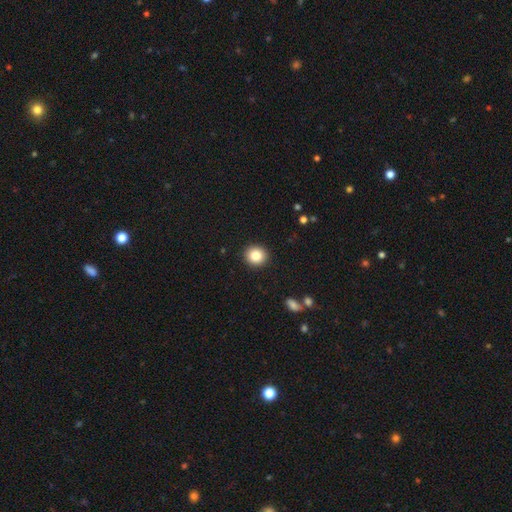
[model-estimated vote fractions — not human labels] Smooth or featured? smooth (84%)
How rounded? round (89%)
Merging? none (92%)